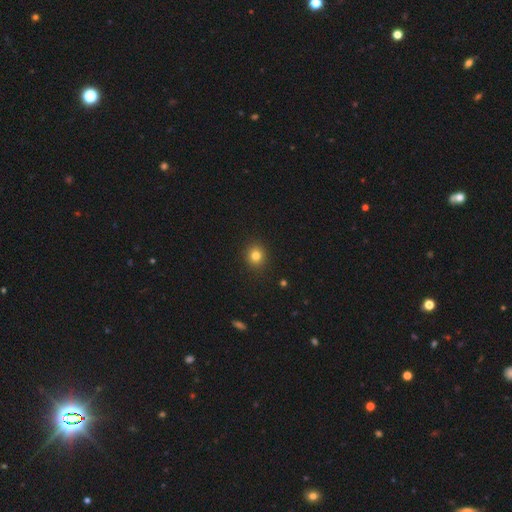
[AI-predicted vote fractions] smooth-or-featured: smooth: 81% | star or artifact: 13% | featured or disk: 6%
  how-rounded: round: 86% | in between: 13% | cigar-shaped: 1%
  merging: none: 91% | minor disturbance: 6% | major disturbance: 2% | merger: 1%